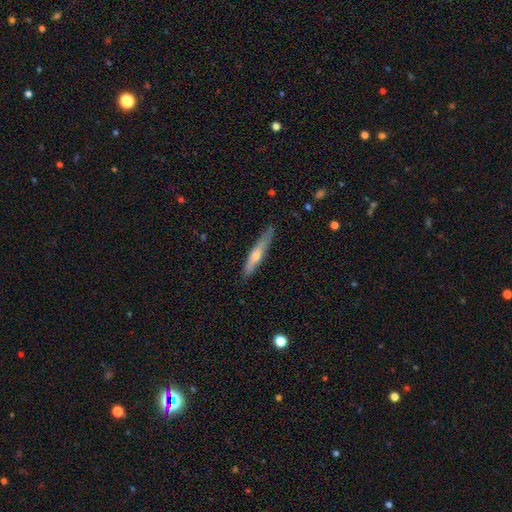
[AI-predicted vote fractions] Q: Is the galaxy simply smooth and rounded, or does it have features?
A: smooth — 49%.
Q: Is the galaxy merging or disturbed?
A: none — 81%.